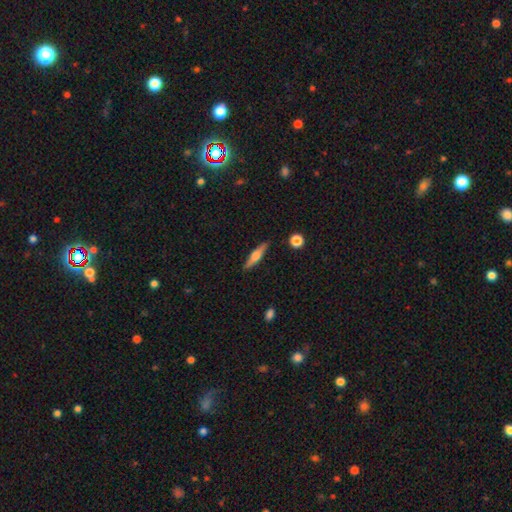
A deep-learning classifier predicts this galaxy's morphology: A featured or disk galaxy (53%) viewed edge-on (95%) with a rounded central bulge (88%).

Vote fractions:
- Smooth or featured? featured or disk: 53% / smooth: 40% / star or artifact: 6%
- Edge-on disk? yes: 95% / no: 5%
- Edge-on bulge? rounded: 88% / boxy: 8% / none: 5%
- Merging? none: 87% / minor disturbance: 9% / major disturbance: 2% / merger: 2%